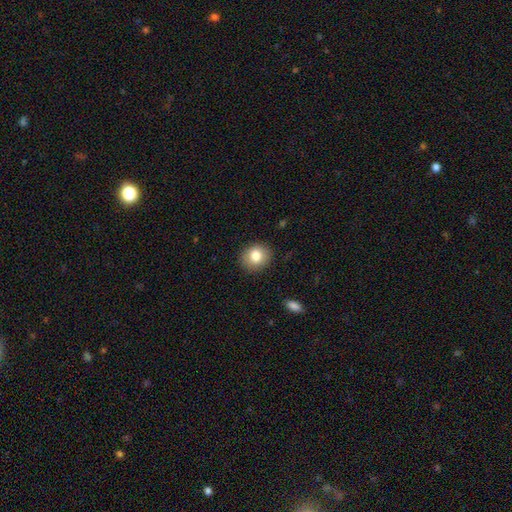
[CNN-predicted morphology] Overall: smooth (81%). How rounded: round (73%). Merging: none (89%).